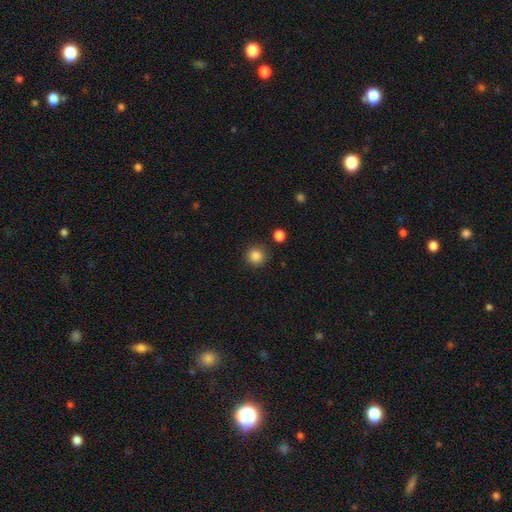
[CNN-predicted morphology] Smooth or featured? Predicted: smooth (p=0.86). How rounded? Predicted: round (p=0.93). Merging? Predicted: none (p=0.88).